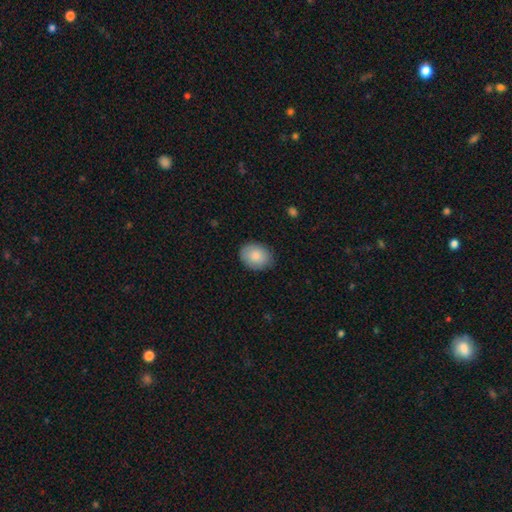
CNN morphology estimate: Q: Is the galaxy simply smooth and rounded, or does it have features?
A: smooth — 86%.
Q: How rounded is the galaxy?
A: in between — 60%.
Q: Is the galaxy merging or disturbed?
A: none — 84%.